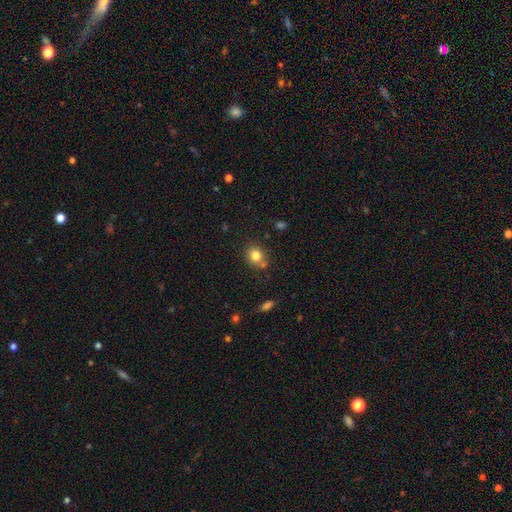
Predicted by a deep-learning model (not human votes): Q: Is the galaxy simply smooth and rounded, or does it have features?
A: smooth — 81%.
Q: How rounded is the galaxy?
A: round — 70%.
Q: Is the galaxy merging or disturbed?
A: none — 68%.